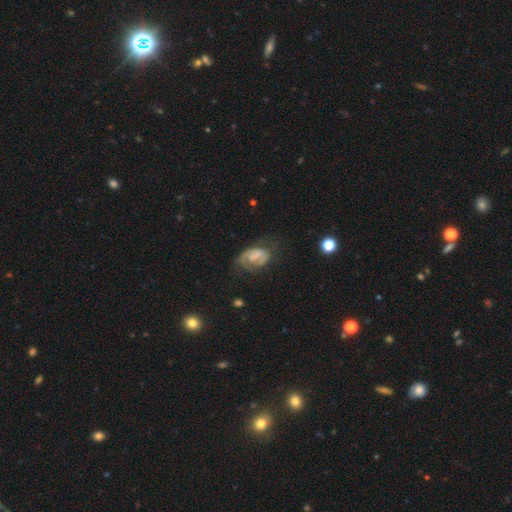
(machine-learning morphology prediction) Smooth or featured: featured or disk — 60% (smooth — 31%)
Edge-on disk: no — 97% (yes — 3%)
Bar: no — 55% (weak — 34%)
Spiral arms: yes — 76% (no — 24%)
Bulge size: none — 41% (small — 23%)
Merging: none — 39% (major disturbance — 33%)